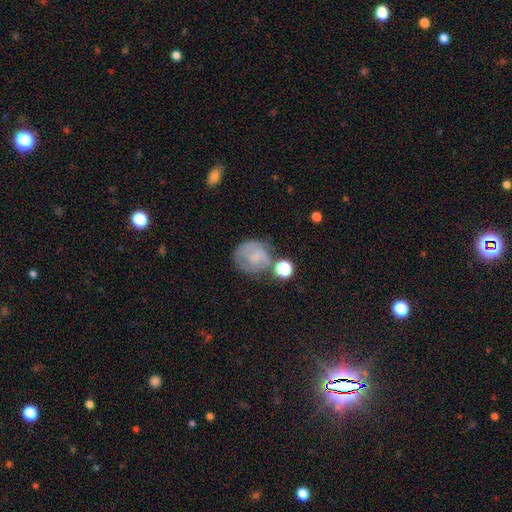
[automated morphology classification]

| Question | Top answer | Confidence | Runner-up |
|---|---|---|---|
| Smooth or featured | featured or disk | 48% | smooth (41%) |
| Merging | none | 53% | minor disturbance (23%) |